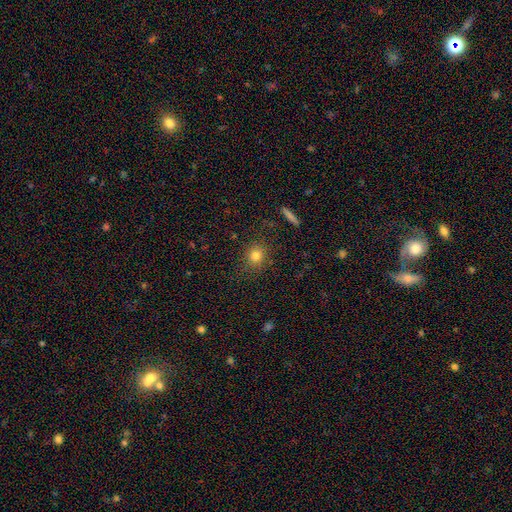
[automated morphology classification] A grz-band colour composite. It shows a smooth galaxy with no disk features (79%) that is round (76%). Merging: none (85%).